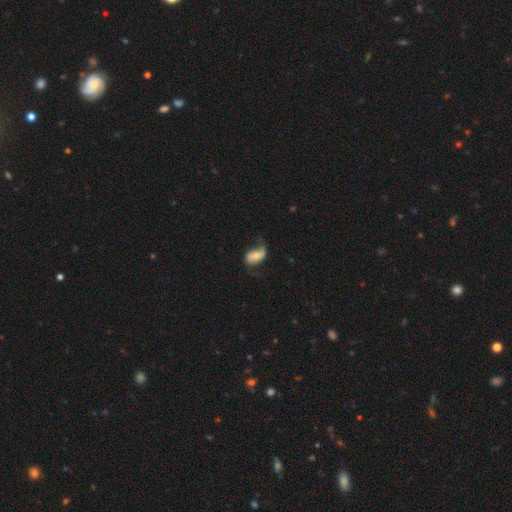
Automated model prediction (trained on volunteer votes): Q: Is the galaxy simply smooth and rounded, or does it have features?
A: featured or disk — 47%.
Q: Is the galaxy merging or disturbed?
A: none — 47%.